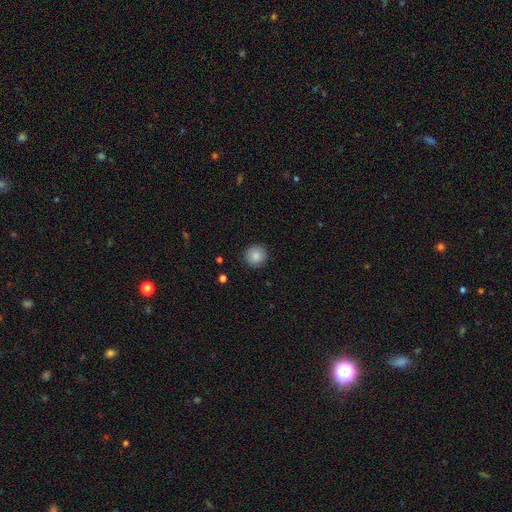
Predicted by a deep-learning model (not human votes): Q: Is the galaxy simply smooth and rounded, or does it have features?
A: smooth — 87%.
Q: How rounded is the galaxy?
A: round — 94%.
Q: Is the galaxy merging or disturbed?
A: none — 91%.